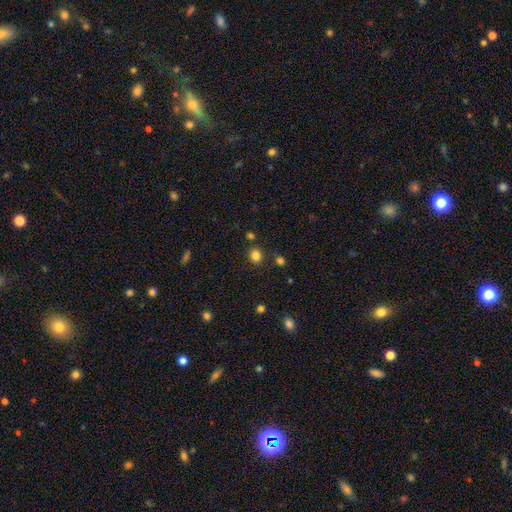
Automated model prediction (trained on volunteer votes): The model was most divided on "how rounded": round: 79%, in between: 20%, cigar-shaped: 1%. More confident: merging — none (84%); smooth or featured — smooth (82%).